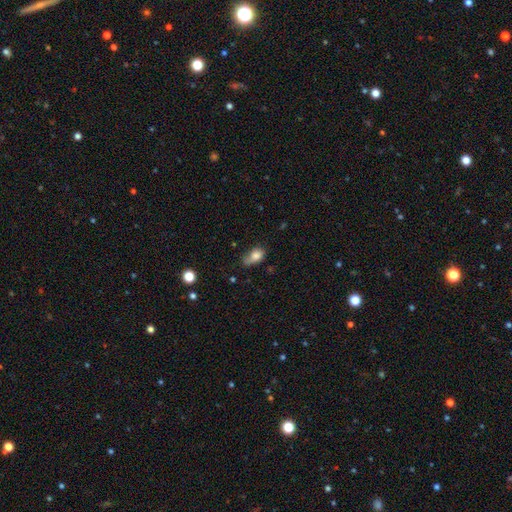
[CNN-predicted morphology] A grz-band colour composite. It shows a smooth galaxy with no disk features (76%) that is in between round and cigar-shaped (78%). Merging: none (37%, tied with minor disturbance).